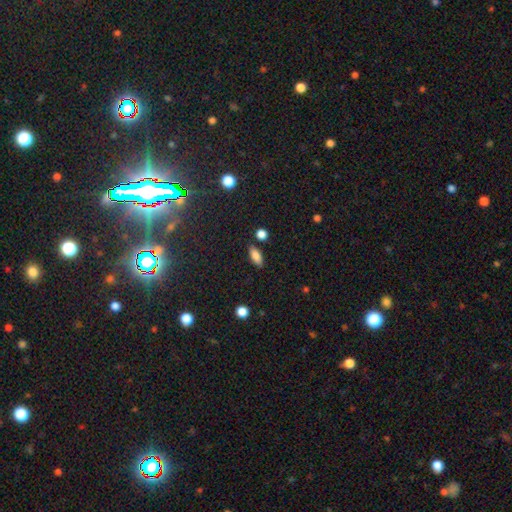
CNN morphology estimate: Smooth or featured? smooth (82%)
How rounded? in between (78%)
Merging? none (84%)